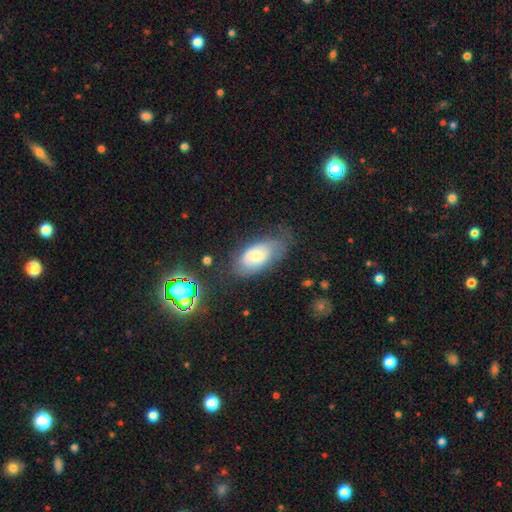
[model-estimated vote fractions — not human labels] Morphology: type=smooth (59%); roundness=in between (92%); merging=none (49%).